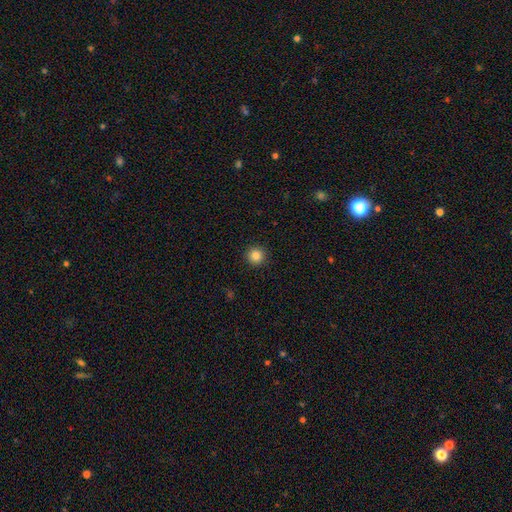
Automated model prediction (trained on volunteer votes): Overall: smooth (84%). How rounded: round (95%). Merging: none (93%).